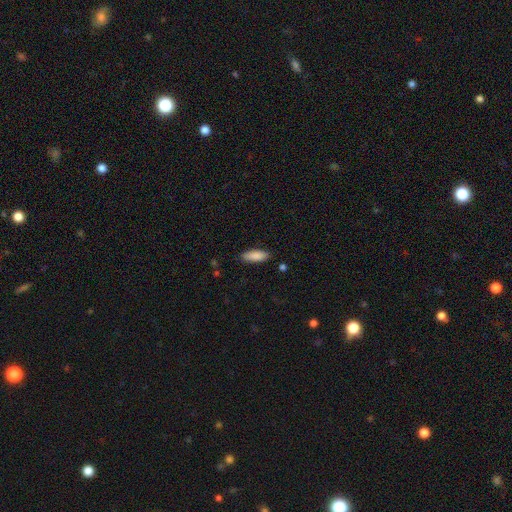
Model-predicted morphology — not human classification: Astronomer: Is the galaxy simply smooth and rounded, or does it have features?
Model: smooth — 87%.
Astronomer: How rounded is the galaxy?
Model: in between — 66%.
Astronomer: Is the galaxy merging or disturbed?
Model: none — 86%.